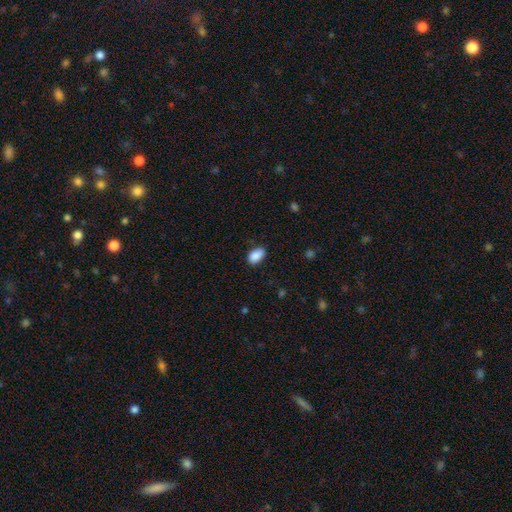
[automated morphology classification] smooth_or_featured: smooth (p=0.89) [alt: star or artifact p=0.07]
how_rounded: in between (p=0.91) [alt: round p=0.07]
merging: none (p=0.82) [alt: minor disturbance p=0.14]